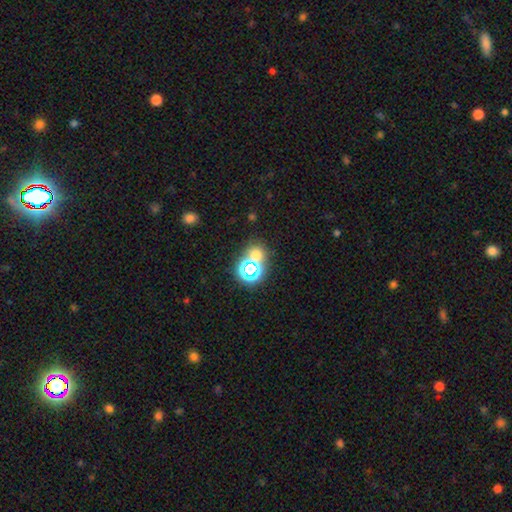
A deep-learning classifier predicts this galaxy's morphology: This appears to be a smooth galaxy with no disk features (53%) that is round (79%). Merging: none (61%).